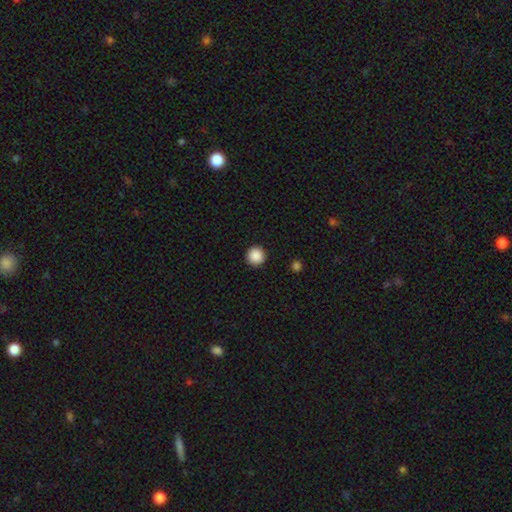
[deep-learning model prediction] This is clearly a smooth galaxy (88%). How rounded: clearly round (96%). Merging: clearly none (93%).